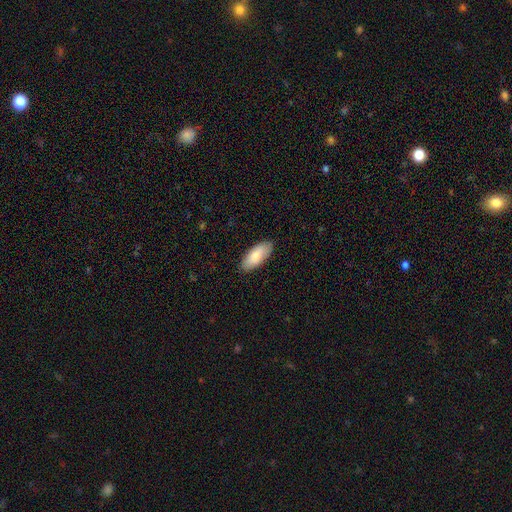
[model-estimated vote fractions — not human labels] Smooth or featured: smooth — 84% (featured or disk — 11%)
How rounded: in between — 84% (cigar-shaped — 14%)
Merging: none — 87% (minor disturbance — 11%)